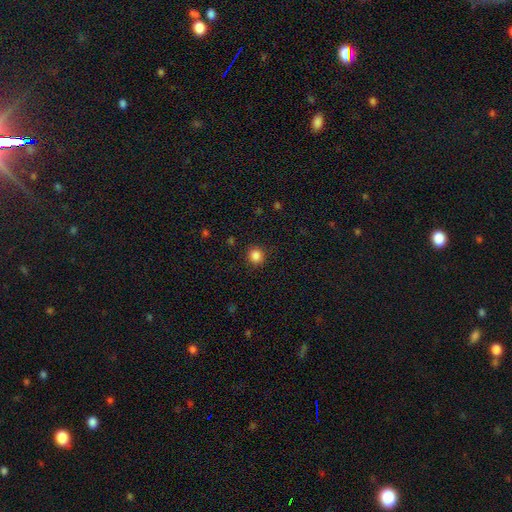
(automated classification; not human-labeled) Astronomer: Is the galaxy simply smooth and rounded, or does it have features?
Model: smooth — 85%.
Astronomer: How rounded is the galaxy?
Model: round — 90%.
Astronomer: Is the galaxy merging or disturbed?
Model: none — 89%.